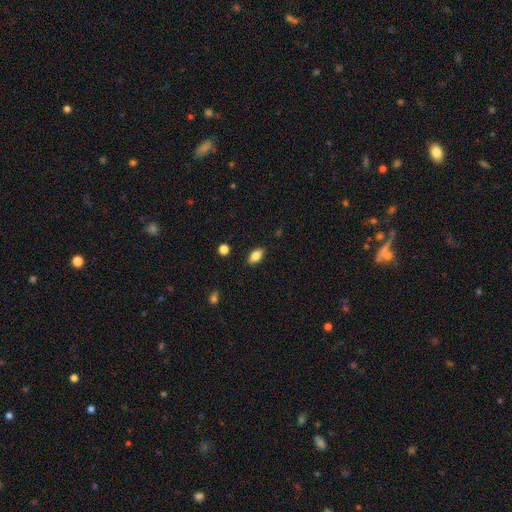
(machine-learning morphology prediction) smooth_or_featured: smooth (p=0.79) [alt: featured or disk p=0.13]
how_rounded: in between (p=0.88) [alt: round p=0.07]
merging: none (p=0.87) [alt: minor disturbance p=0.09]